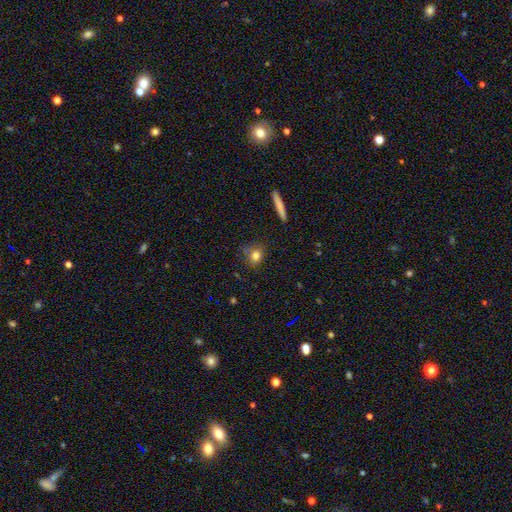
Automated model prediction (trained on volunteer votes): A smooth galaxy with no disk features (79%) that is round (64%).

Vote fractions:
- Smooth or featured? smooth: 79% / star or artifact: 11% / featured or disk: 10%
- How rounded? round: 64% / in between: 32% / cigar-shaped: 4%
- Merging? none: 74% / minor disturbance: 18% / major disturbance: 5% / merger: 3%